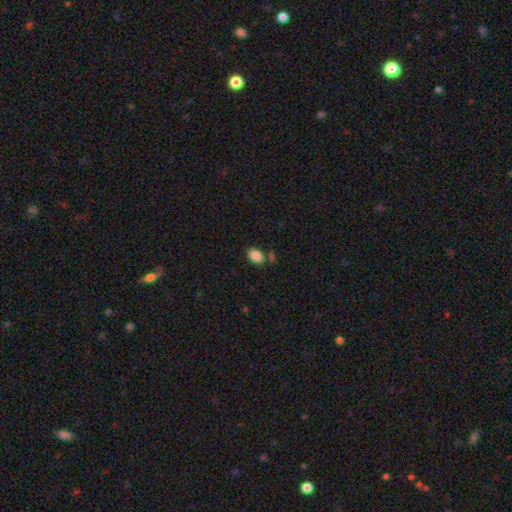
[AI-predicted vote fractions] A smooth galaxy with no disk features (87%) that is in between round and cigar-shaped (84%). Merging: none (72%).